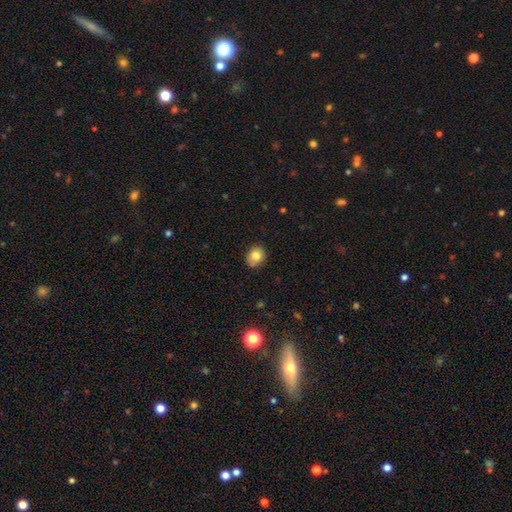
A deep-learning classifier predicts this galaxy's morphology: This is likely a smooth galaxy (79%). How rounded: likely round (65%). Merging: likely none (77%).